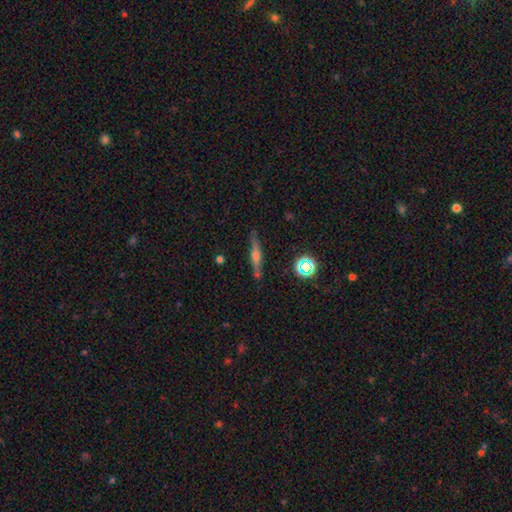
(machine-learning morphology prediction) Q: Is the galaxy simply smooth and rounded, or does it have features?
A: featured or disk — 57%.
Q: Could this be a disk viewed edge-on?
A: yes — 95%.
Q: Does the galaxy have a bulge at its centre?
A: rounded — 81%.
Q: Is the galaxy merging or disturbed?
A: none — 84%.